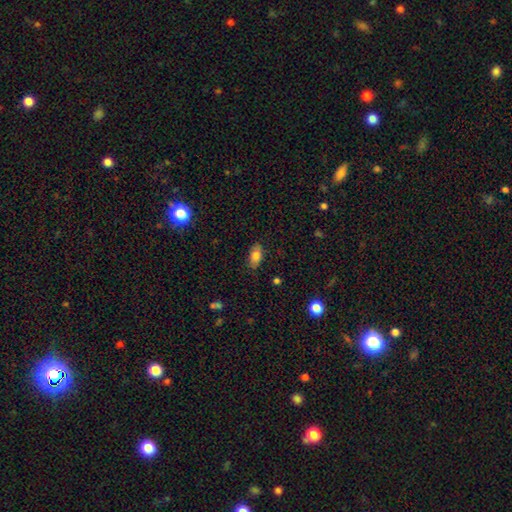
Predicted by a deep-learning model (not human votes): Morphology: type=smooth (80%); roundness=in between (89%); merging=none (84%).